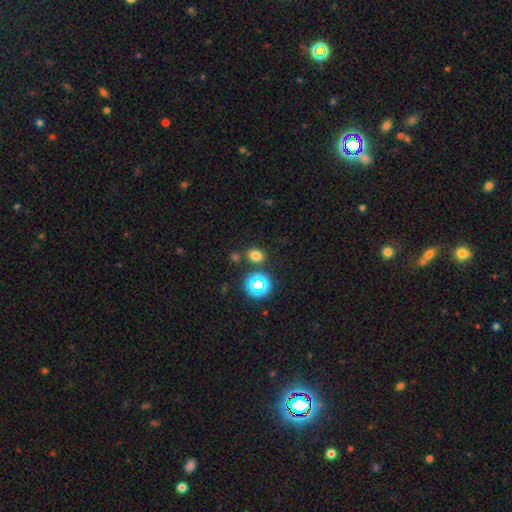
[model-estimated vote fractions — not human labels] Q: Smooth or featured?
A: smooth (71%); runner-up: star or artifact (23%)
Q: How rounded?
A: in between (54%); runner-up: round (45%)
Q: Merging?
A: none (79%); runner-up: minor disturbance (10%)